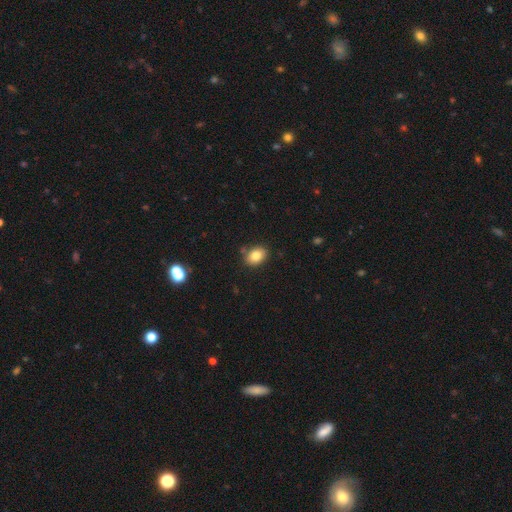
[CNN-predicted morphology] smooth-or-featured: smooth: 84% | star or artifact: 9% | featured or disk: 7%
  how-rounded: in between: 76% | round: 23% | cigar-shaped: 1%
  merging: none: 82% | minor disturbance: 12% | merger: 4% | major disturbance: 3%